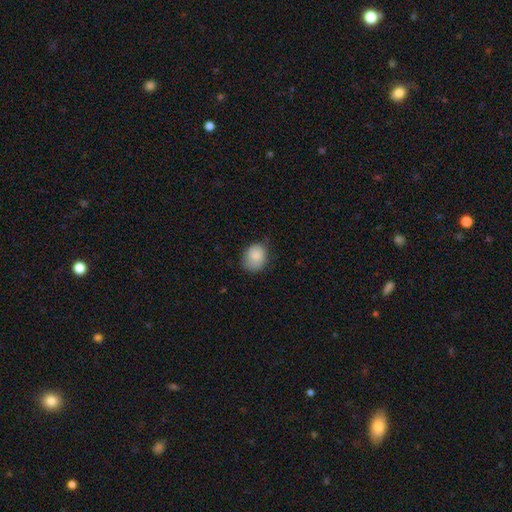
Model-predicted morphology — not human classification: smooth 85%, star or artifact 8%, featured or disk 7%. Down the decision tree: how rounded — round (52%); merging — none (67%).